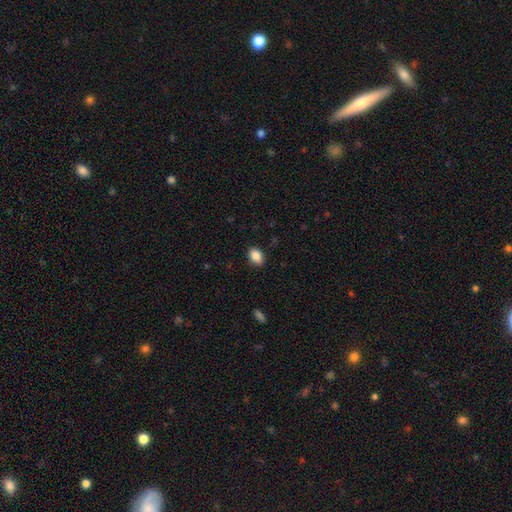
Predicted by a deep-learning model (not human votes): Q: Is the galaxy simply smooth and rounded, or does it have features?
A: smooth — 88%.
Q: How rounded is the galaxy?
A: in between — 81%.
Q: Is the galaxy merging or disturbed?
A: none — 88%.